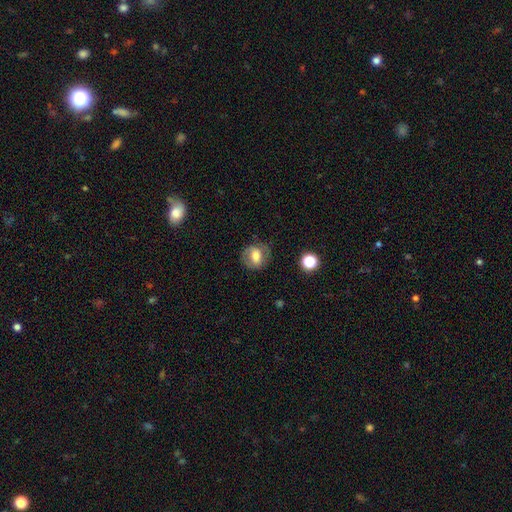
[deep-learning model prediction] The model was most divided on "smooth or featured": smooth: 56%, featured or disk: 34%, star or artifact: 9%. More confident: merging — none (73%); how rounded — round (65%).